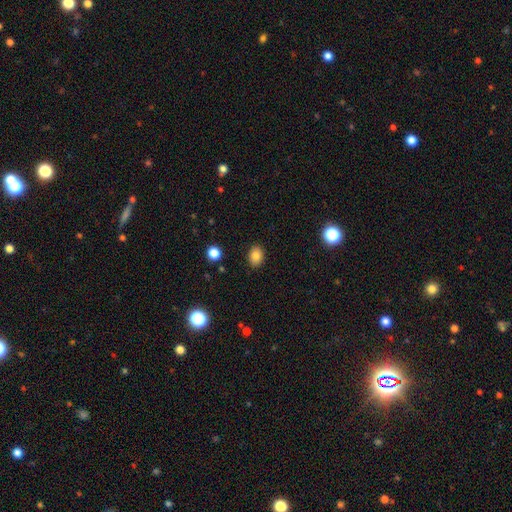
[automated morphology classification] Overall: smooth (83%). How rounded: in between (67%; round 32%). Merging: none (88%).